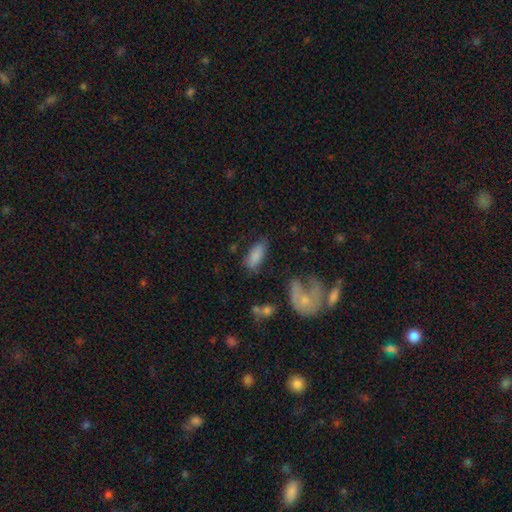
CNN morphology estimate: The model was most divided on "merging": none: 69%, minor disturbance: 19%, major disturbance: 7%, merger: 5%. More confident: how rounded — in between (84%); smooth or featured — smooth (82%).